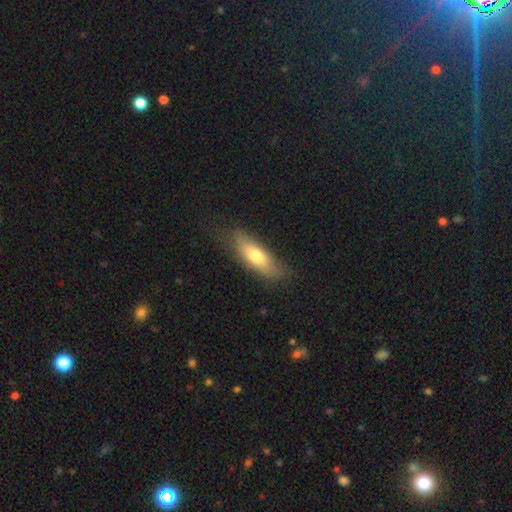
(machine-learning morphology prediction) Smooth or featured: smooth — 68% (featured or disk — 25%)
How rounded: in between — 57% (cigar-shaped — 40%)
Merging: none — 72% (minor disturbance — 21%)